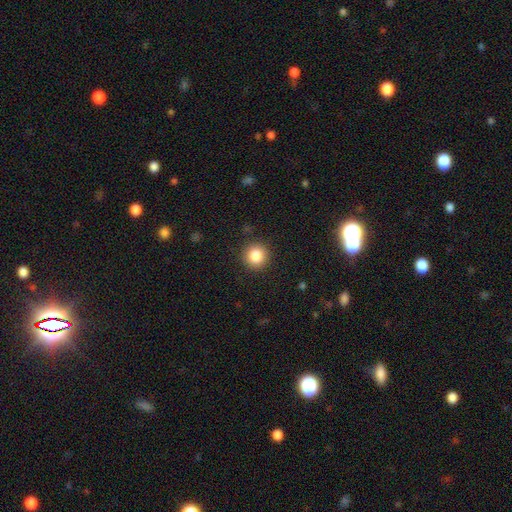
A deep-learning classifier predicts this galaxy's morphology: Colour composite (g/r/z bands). It shows a smooth galaxy with no disk features (86%) that is round (92%). Merging: none (91%).